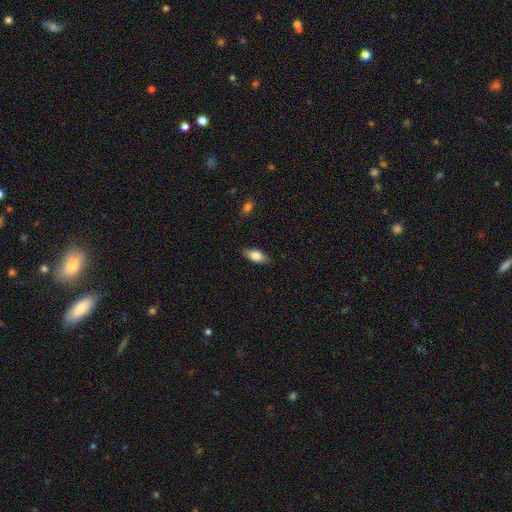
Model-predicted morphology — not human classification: Smooth or featured? Predicted: smooth (p=0.71). How rounded? Predicted: in between (p=0.80). Merging? Predicted: none (p=0.86).